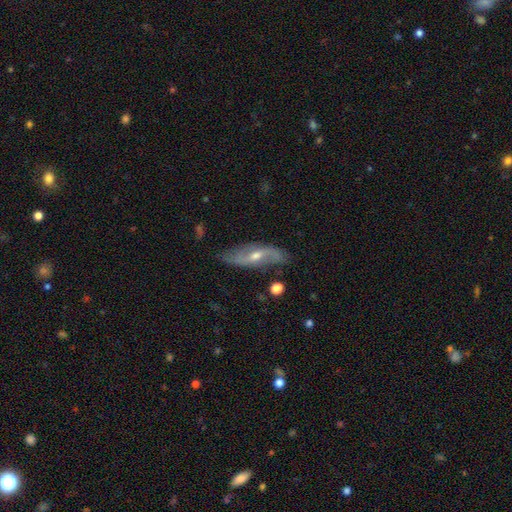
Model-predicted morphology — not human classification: Smooth or featured?
  - featured or disk: 77% *
  - smooth: 15%
  - star or artifact: 8%
Edge-on disk?
  - no: 75% *
  - yes: 25%
Bar?
  - weak: 40% *
  - no: 38%
  - strong: 22%
Spiral arms?
  - yes: 89% *
  - no: 11%
Spiral winding?
  - loose: 57% *
  - medium: 28%
  - tight: 14%
Spiral arm count?
  - 2: 86% *
  - can't tell: 8%
  - 1: 2%
  - 3: 1%
  - 4: 1%
  - more than 4: 1%
Bulge size?
  - moderate: 53% *
  - small: 43%
  - large: 2%
  - none: 1%
  - dominant: 1%
Merging?
  - none: 77% *
  - minor disturbance: 16%
  - major disturbance: 4%
  - merger: 2%